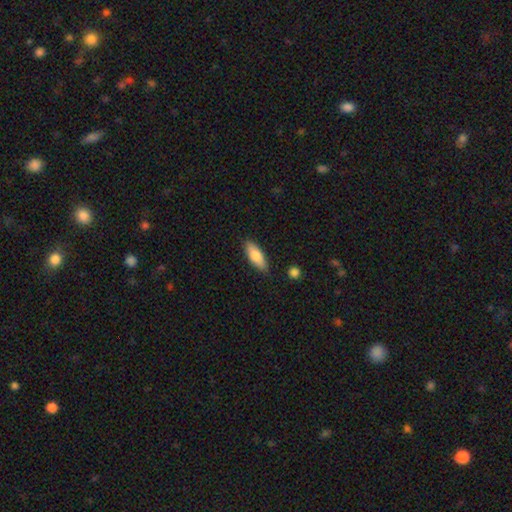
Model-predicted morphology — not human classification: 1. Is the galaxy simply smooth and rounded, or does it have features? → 74% smooth, 20% featured or disk, 6% star or artifact.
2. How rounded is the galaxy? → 69% in between, 29% cigar-shaped, 2% round.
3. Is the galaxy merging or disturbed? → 85% none, 10% minor disturbance, 2% major disturbance, 2% merger.